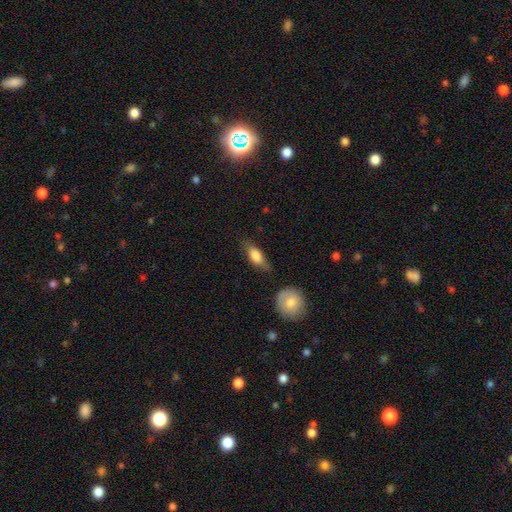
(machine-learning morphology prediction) Smooth or featured? smooth (69%)
How rounded? in between (66%)
Merging? none (66%)